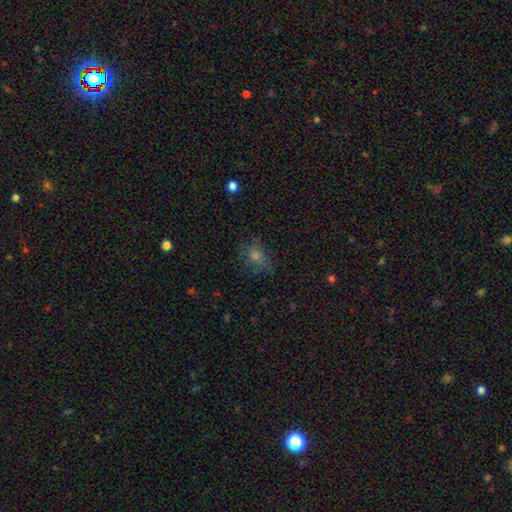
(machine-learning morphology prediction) smooth-or-featured: smooth: 53% | star or artifact: 25% | featured or disk: 22%
  how-rounded: in between: 55% | round: 42% | cigar-shaped: 3%
  merging: none: 61% | minor disturbance: 23% | major disturbance: 14% | merger: 2%